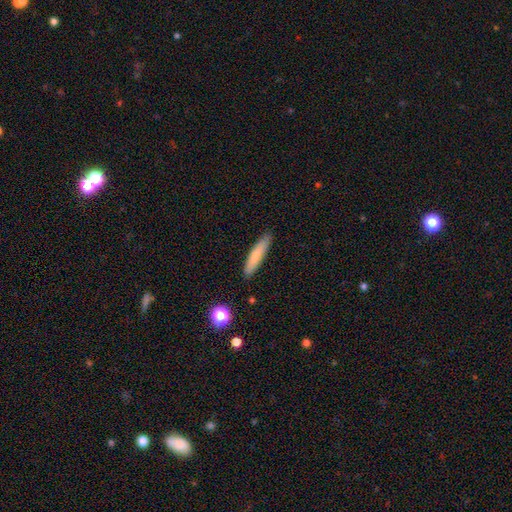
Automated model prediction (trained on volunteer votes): Morphology: type=smooth (77%); roundness=cigar-shaped (87%); merging=none (88%).